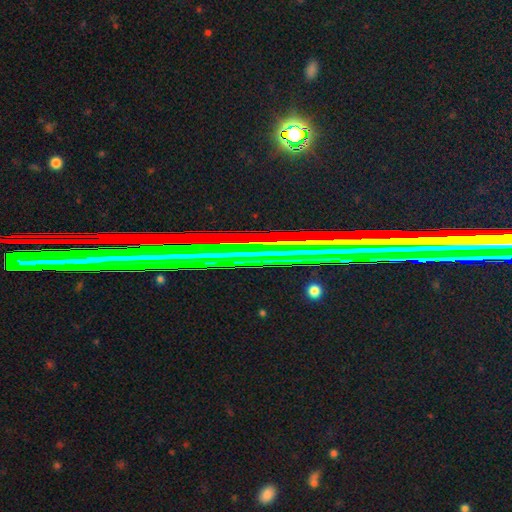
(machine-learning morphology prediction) This is likely a star or artifact rather than a galaxy (76%).